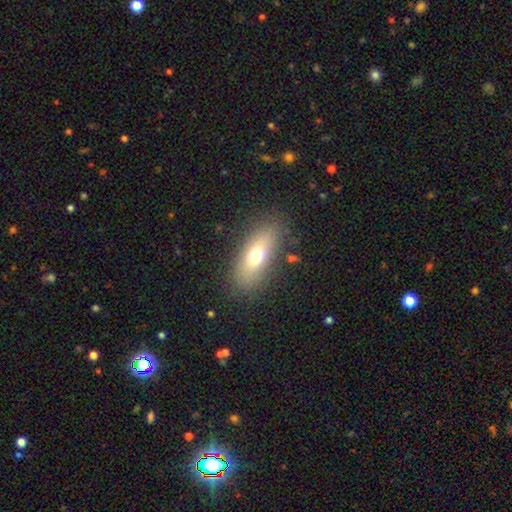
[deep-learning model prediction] Morphology: type=smooth (66%); roundness=in between (73%); merging=none (83%).